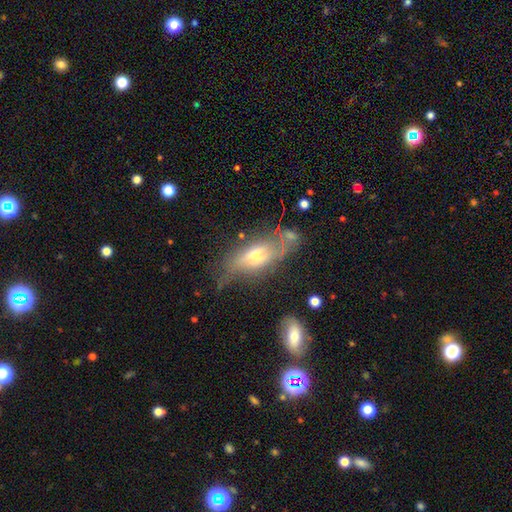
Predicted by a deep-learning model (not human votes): smooth-or-featured: featured or disk: 51% | smooth: 40% | star or artifact: 9%
  disk-edge-on: no: 57% | yes: 43%
  merging: none: 47% | minor disturbance: 28% | major disturbance: 17% | merger: 8%